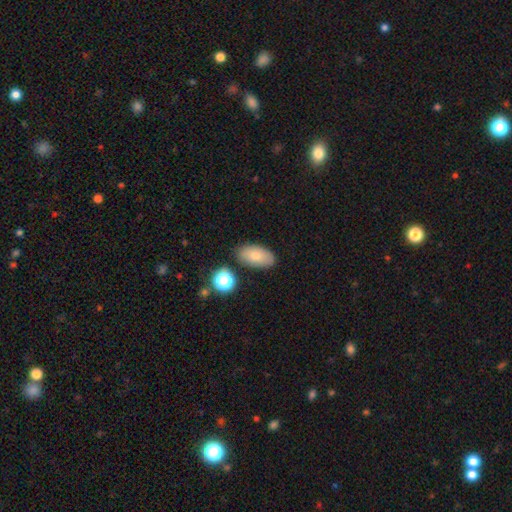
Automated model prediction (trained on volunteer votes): Smooth or featured: smooth — 78% (featured or disk — 14%)
How rounded: in between — 93% (round — 5%)
Merging: none — 80% (minor disturbance — 12%)